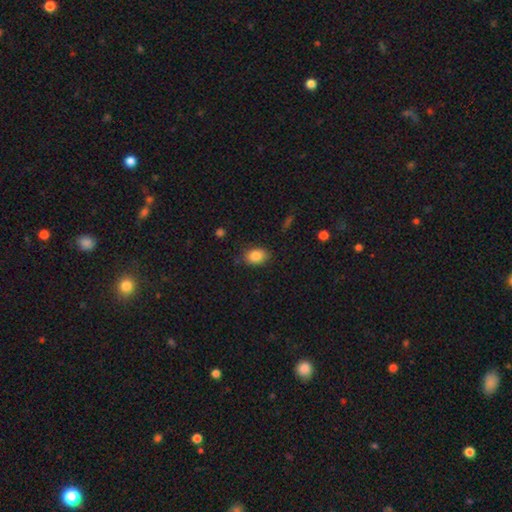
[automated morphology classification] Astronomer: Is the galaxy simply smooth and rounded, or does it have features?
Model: smooth — 85%.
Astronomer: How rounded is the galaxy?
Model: in between — 81%.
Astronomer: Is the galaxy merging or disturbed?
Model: none — 81%.